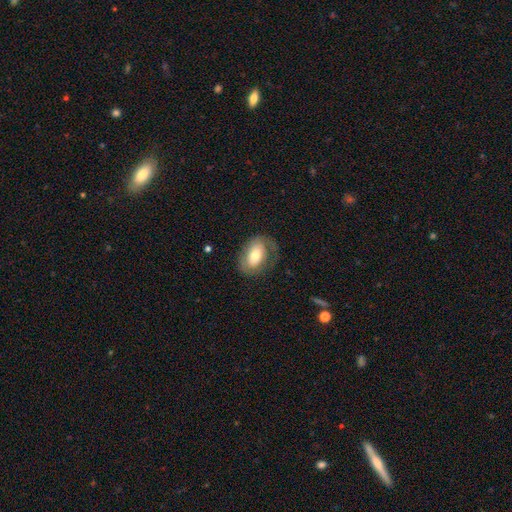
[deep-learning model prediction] This is possibly a smooth galaxy (56%). How rounded: clearly in between (84%). Merging: likely none (64%).